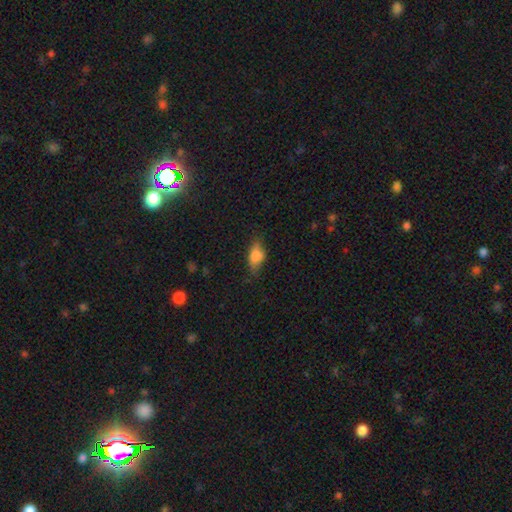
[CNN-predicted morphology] type=smooth (76%); roundness=in between (83%); merging=none (62%).